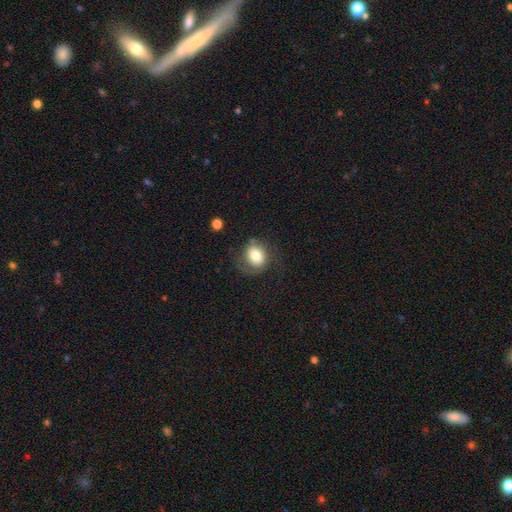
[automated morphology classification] A smooth galaxy with no disk features (70%) that is round (62%). Merging: none (58%).